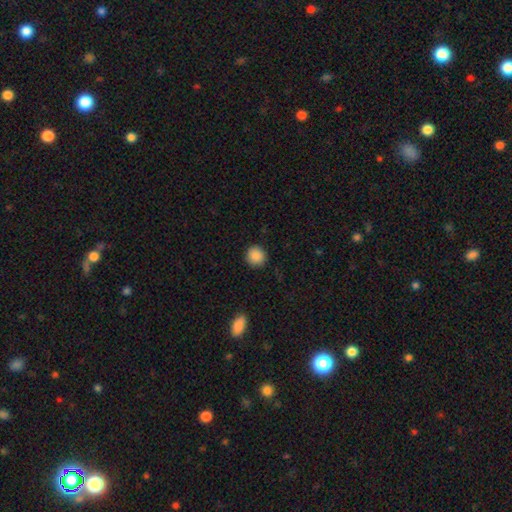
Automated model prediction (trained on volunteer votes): Overall: smooth (88%). How rounded: round (91%). Merging: none (91%).